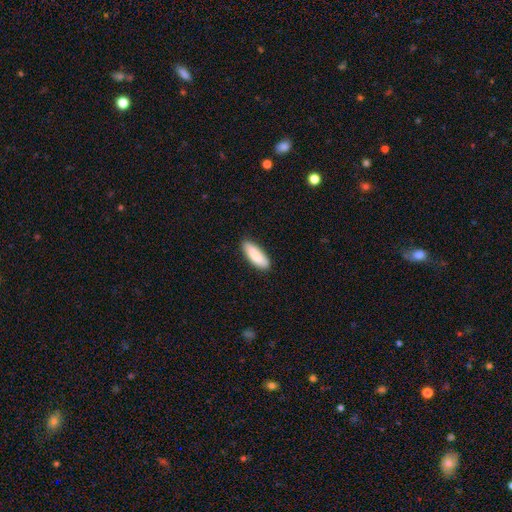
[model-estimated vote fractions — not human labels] smooth 86%, featured or disk 9%, star or artifact 6%. Down the decision tree: how rounded — in between (61%); merging — none (87%).